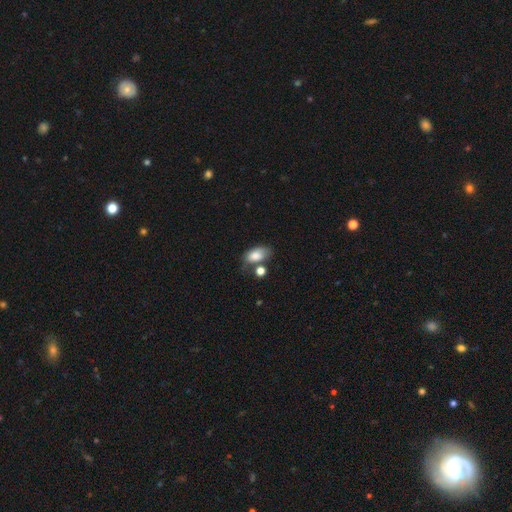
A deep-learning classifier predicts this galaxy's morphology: This appears to be a smooth galaxy with no disk features (80%) that is in between round and cigar-shaped (90%). Merging: none (45%).